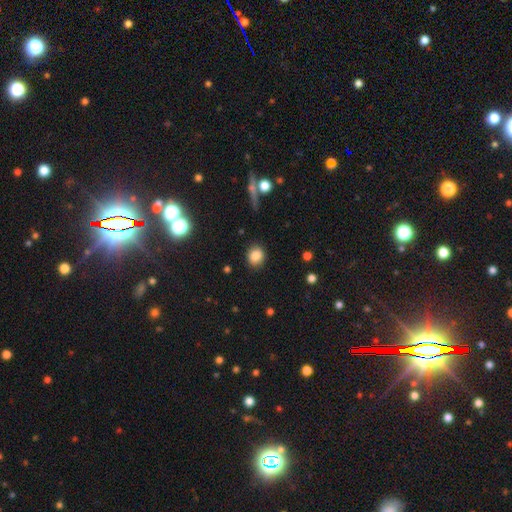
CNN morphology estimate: A smooth galaxy with no disk features (84%) that is round (69%). Merging: none (86%).